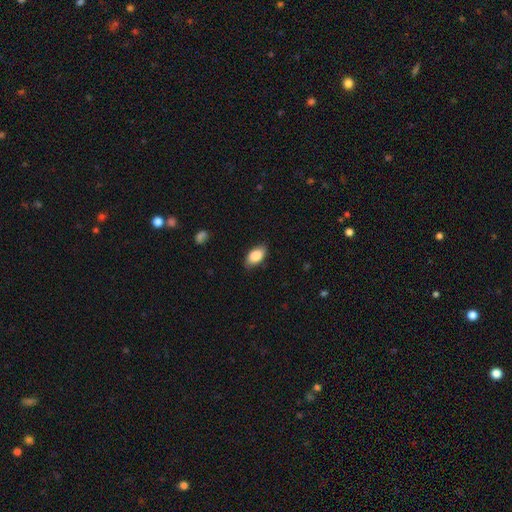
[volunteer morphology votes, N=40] Q: Smooth or featured?
A: smooth (98%); runner-up: featured or disk (2%)
Q: How rounded?
A: in between (95%); runner-up: round (3%)
Q: Merging?
A: none (92%); runner-up: minor disturbance (8%)